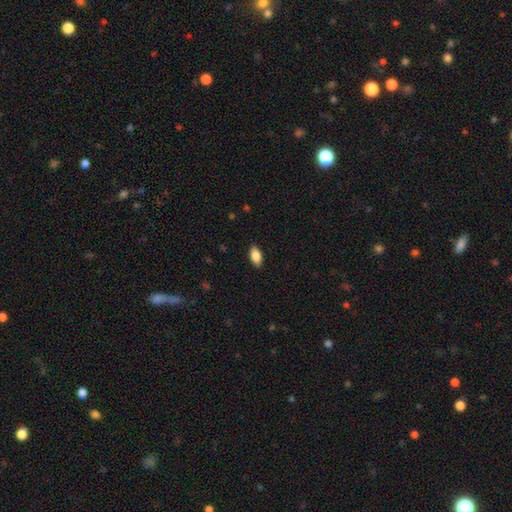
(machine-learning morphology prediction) A smooth galaxy with no disk features (85%) that is in between round and cigar-shaped (91%). Merging: none (88%).